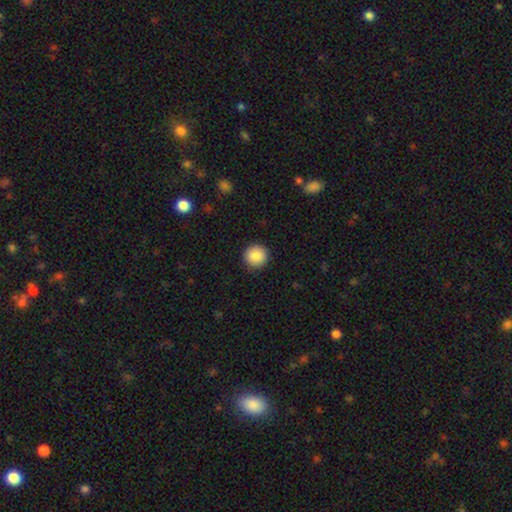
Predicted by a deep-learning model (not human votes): Overall: smooth (88%). How rounded: round (95%). Merging: none (91%).